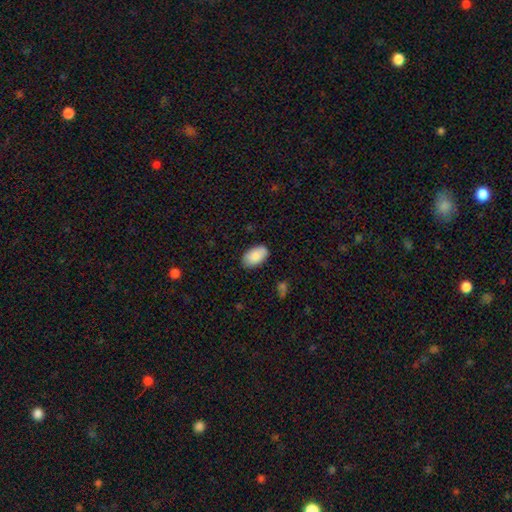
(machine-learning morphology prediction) A smooth galaxy with no disk features (88%) that is in between round and cigar-shaped (95%). Merging: none (85%).